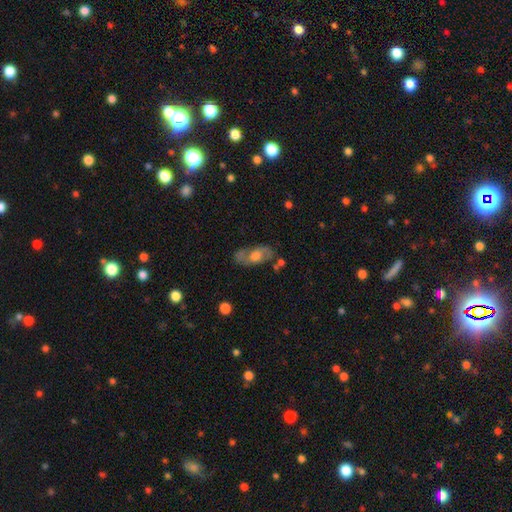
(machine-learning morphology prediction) smooth_or_featured: featured or disk (p=0.49) [alt: smooth p=0.44]
merging: none (p=0.57) [alt: minor disturbance p=0.22]